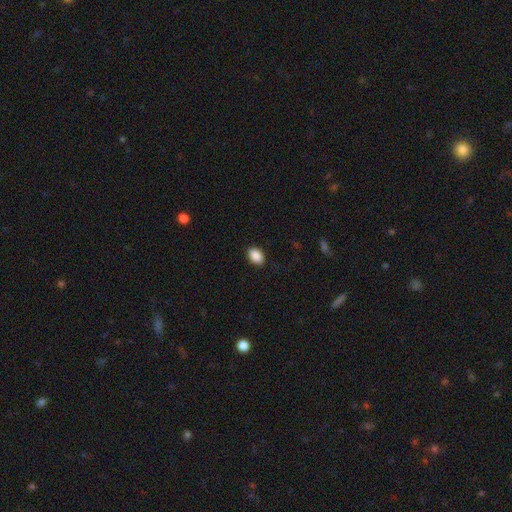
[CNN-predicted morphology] Smooth or featured: smooth — 90% (star or artifact — 8%)
How rounded: in between — 83% (round — 16%)
Merging: none — 89% (minor disturbance — 8%)